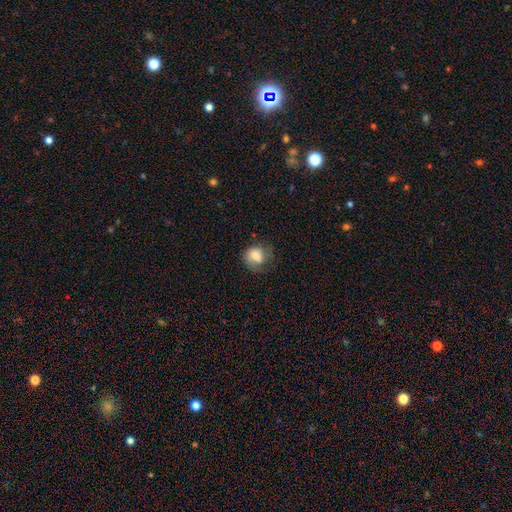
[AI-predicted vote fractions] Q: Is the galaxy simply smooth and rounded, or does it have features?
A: smooth — 67%.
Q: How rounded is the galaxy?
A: round — 54%.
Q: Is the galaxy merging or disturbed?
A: none — 48%.